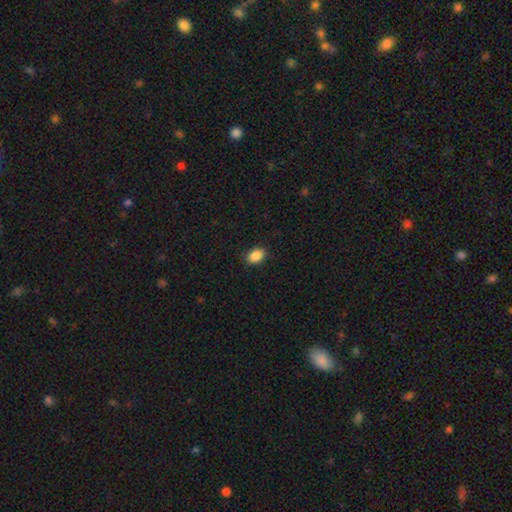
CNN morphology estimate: Smooth or featured: smooth — 89% (star or artifact — 8%)
How rounded: in between — 83% (round — 16%)
Merging: none — 88% (minor disturbance — 9%)